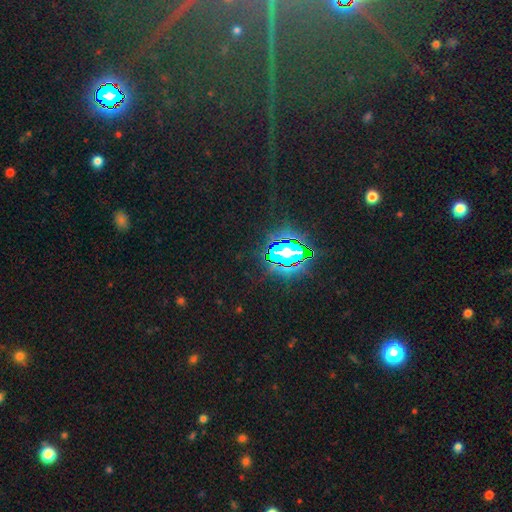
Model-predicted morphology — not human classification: Smooth or featured? Predicted: star or artifact (p=0.85).